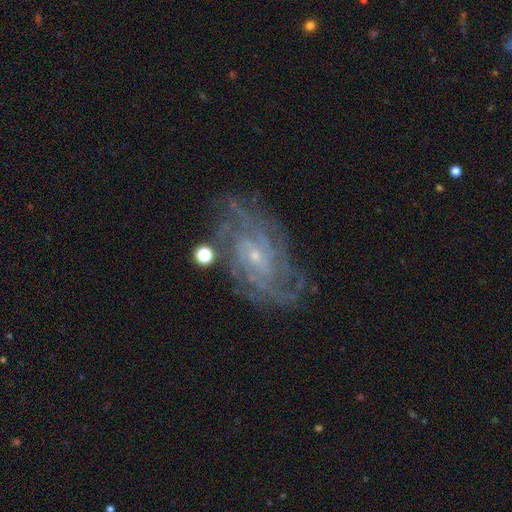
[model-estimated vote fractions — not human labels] A featured or disk galaxy (88%) with no bar (63%), tight (63%) spiral arms (96%) and a small central bulge (82%). Merging: none (73%).